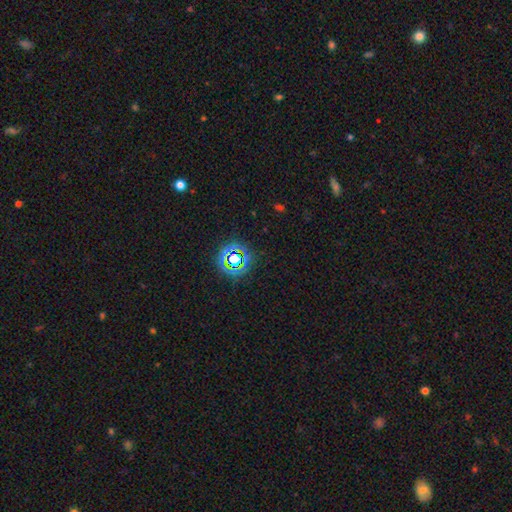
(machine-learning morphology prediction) star or artifact 70%, smooth 21%, featured or disk 9%.